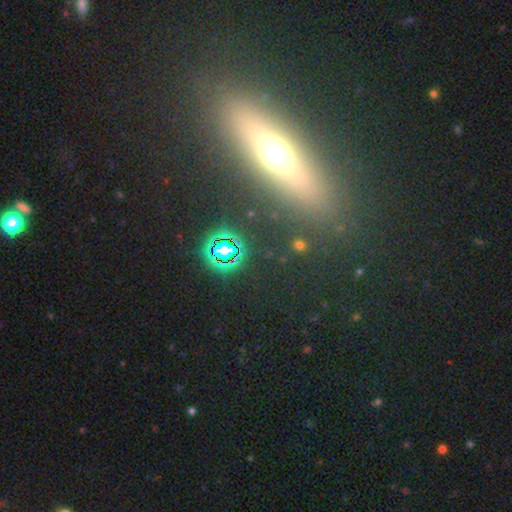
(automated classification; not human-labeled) Smooth or featured?
  - featured or disk: 38% *
  - smooth: 33%
  - star or artifact: 29%
Merging?
  - none: 87% *
  - minor disturbance: 7%
  - major disturbance: 3%
  - merger: 2%